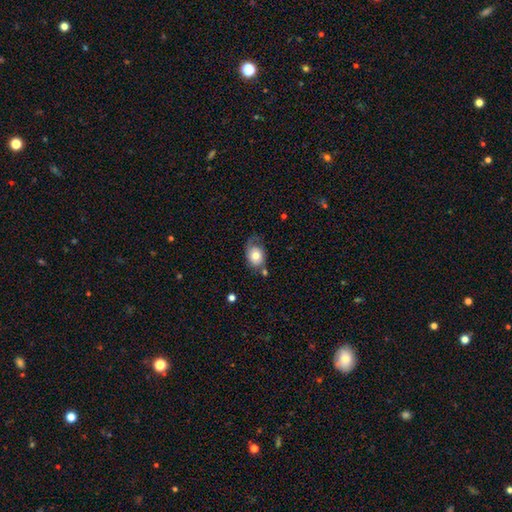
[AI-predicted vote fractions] This is likely a smooth galaxy (65%). How rounded: possibly in between (59%). Merging: marginally none (42%).